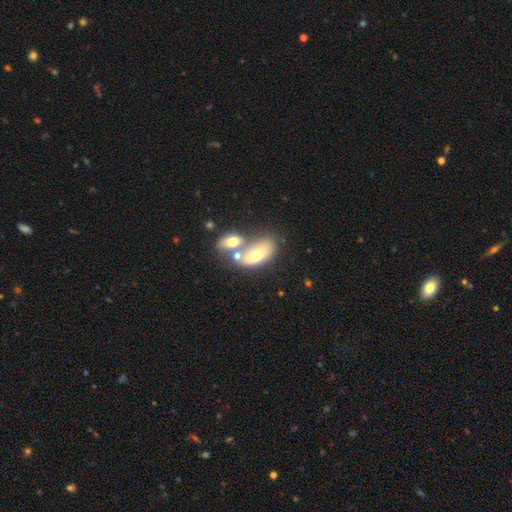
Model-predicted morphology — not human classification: smooth 62%, featured or disk 30%, star or artifact 8%. Down the decision tree: how rounded — in between (85%); merging — merger (59%).